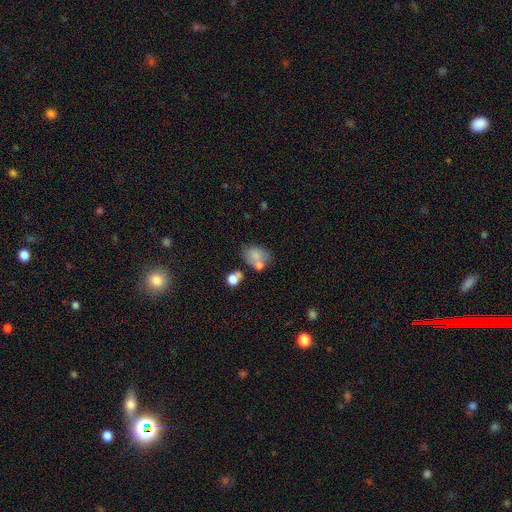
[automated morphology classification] smooth 71%, featured or disk 18%, star or artifact 11%. Down the decision tree: how rounded — in between (71%); merging — none (42%).